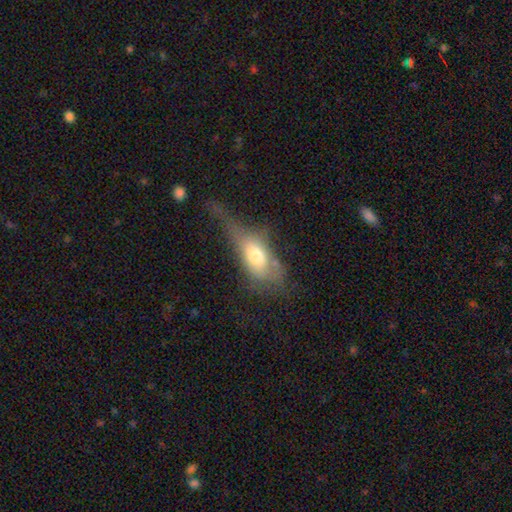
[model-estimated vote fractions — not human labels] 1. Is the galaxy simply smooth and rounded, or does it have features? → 62% smooth, 30% featured or disk, 8% star or artifact.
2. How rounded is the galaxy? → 81% in between, 12% cigar-shaped, 7% round.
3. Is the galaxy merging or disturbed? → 45% major disturbance, 26% minor disturbance, 23% none, 6% merger.